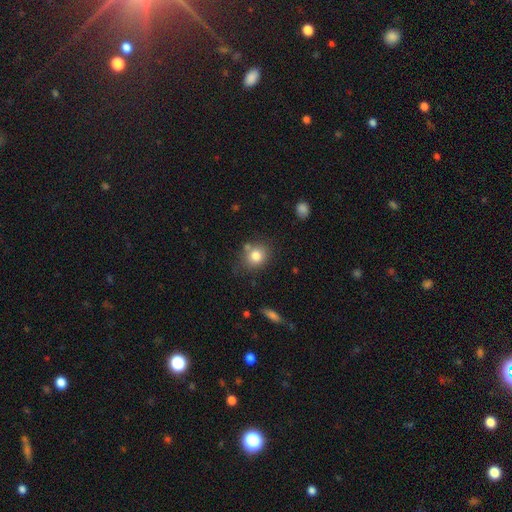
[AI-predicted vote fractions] Smooth or featured? smooth (80%)
How rounded? round (68%)
Merging? none (71%)